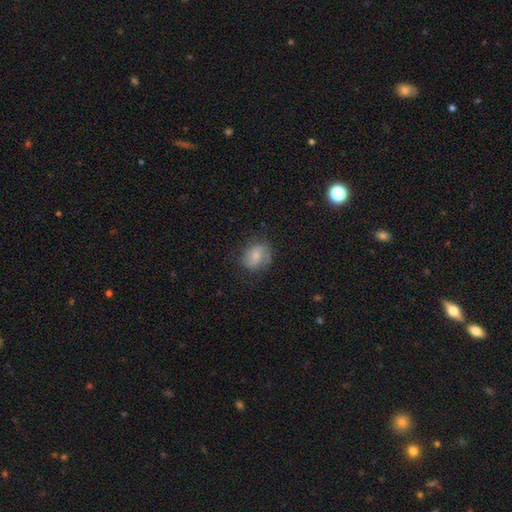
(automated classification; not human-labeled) This appears to be a smooth galaxy with no disk features (65%) that is round (51%). Merging: none (65%).